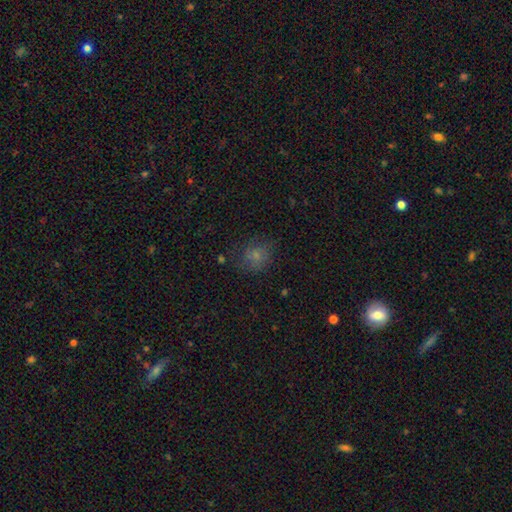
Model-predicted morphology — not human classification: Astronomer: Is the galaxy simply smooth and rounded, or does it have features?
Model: smooth — 71%.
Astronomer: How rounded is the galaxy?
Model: round — 75%.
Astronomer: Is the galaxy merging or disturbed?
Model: none — 67%.